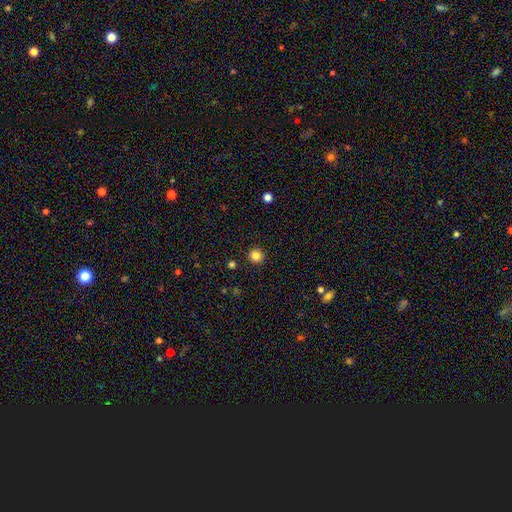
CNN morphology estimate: smooth-or-featured: smooth: 84% | star or artifact: 12% | featured or disk: 4%
  how-rounded: round: 95% | in between: 4% | cigar-shaped: 1%
  merging: none: 93% | minor disturbance: 5% | major disturbance: 2% | merger: 1%